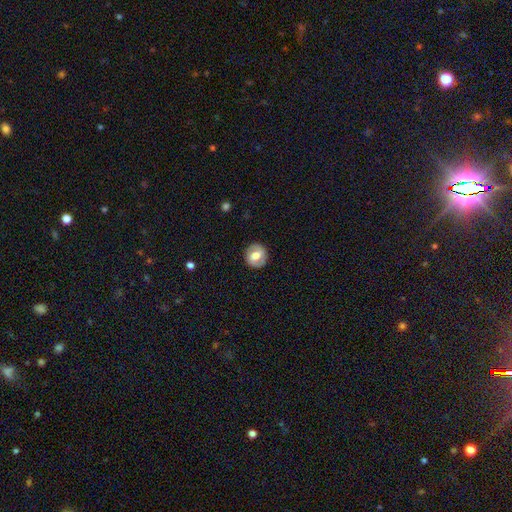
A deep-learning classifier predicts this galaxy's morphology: Smooth or featured?
  - smooth: 56% *
  - featured or disk: 37%
  - star or artifact: 7%
How rounded?
  - round: 83% *
  - in between: 16%
  - cigar-shaped: 1%
Merging?
  - none: 87% *
  - minor disturbance: 9%
  - major disturbance: 3%
  - merger: 1%